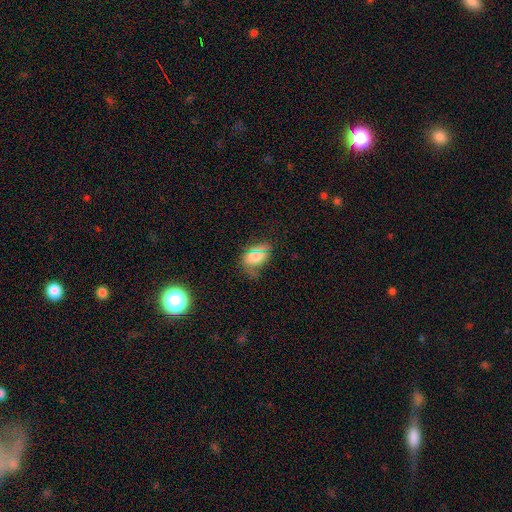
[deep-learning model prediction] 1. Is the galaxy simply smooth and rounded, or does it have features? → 71% smooth, 18% star or artifact, 11% featured or disk.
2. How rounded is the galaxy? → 84% in between, 12% round, 4% cigar-shaped.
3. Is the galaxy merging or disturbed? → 62% none, 26% minor disturbance, 9% major disturbance, 3% merger.